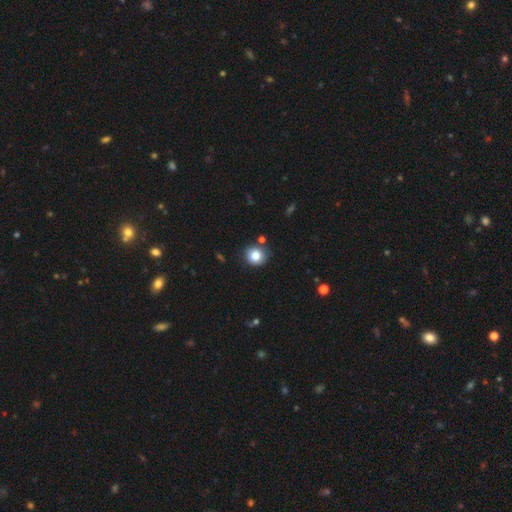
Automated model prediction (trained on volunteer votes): Morphology: type=smooth (83%); roundness=round (88%); merging=none (84%).